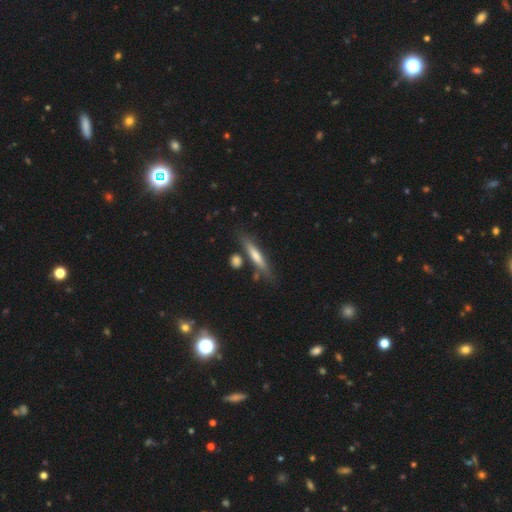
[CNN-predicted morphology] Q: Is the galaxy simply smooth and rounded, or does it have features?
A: featured or disk — 47%.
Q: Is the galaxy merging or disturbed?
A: none — 78%.